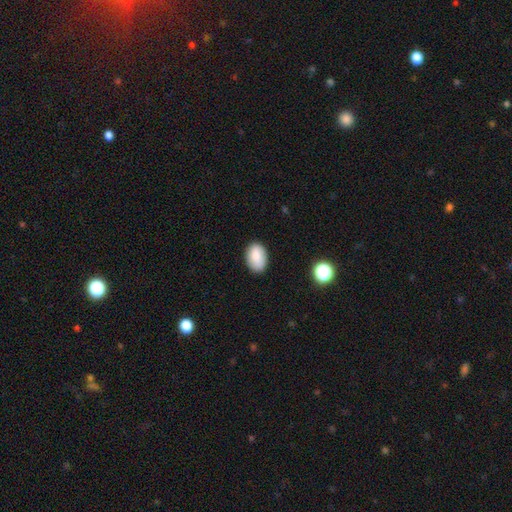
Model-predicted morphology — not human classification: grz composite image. It shows a smooth galaxy with no disk features (85%) that is in between round and cigar-shaped (88%). Merging: none (84%).